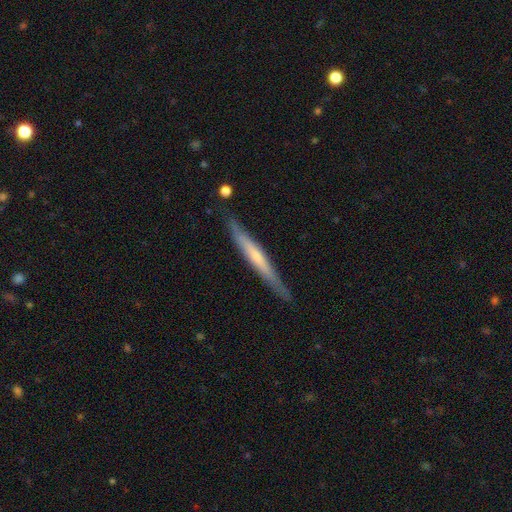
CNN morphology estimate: featured or disk 53%, smooth 42%, star or artifact 5%. Down the decision tree: edge-on disk — yes (94%); merging — none (85%).